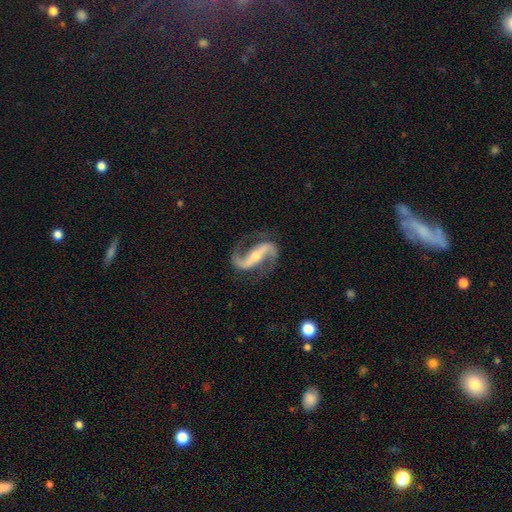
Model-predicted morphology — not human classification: smooth_or_featured: featured or disk (p=0.92) [alt: star or artifact p=0.04]
disk_edge_on: no (p=0.96) [alt: yes p=0.04]
bar: strong (p=0.62) [alt: weak p=0.21]
has_spiral_arms: yes (p=0.98) [alt: no p=0.02]
spiral_winding: medium (p=0.45) [alt: loose p=0.43]
spiral_arm_count: 2 (p=0.94) [alt: 1 p=0.02]
bulge_size: small (p=0.58) [alt: moderate p=0.36]
merging: none (p=0.81) [alt: minor disturbance p=0.11]